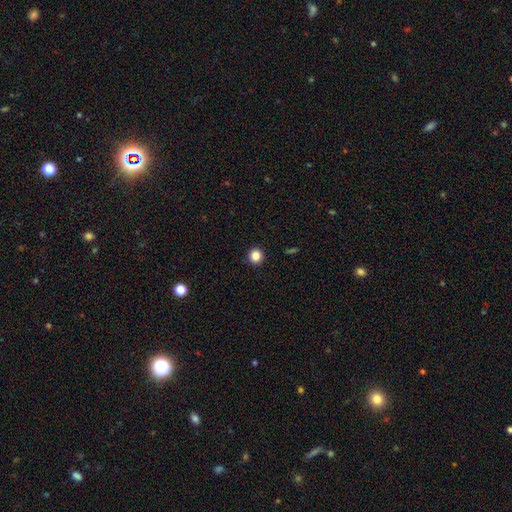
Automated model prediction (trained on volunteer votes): This is clearly a smooth galaxy (85%). How rounded: clearly round (93%). Merging: clearly none (93%).